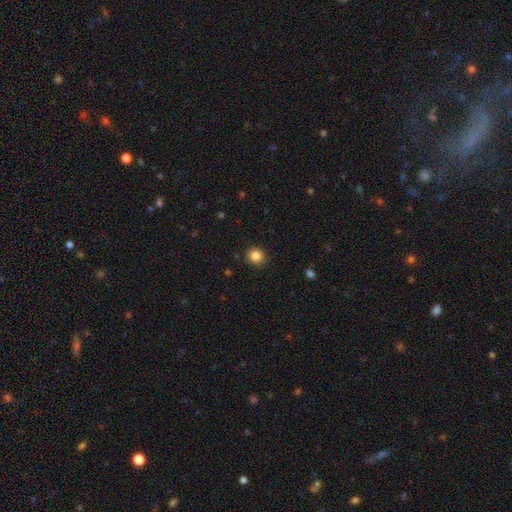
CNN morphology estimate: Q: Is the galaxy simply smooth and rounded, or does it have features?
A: smooth — 85%.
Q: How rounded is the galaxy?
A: round — 91%.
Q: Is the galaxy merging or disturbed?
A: none — 91%.